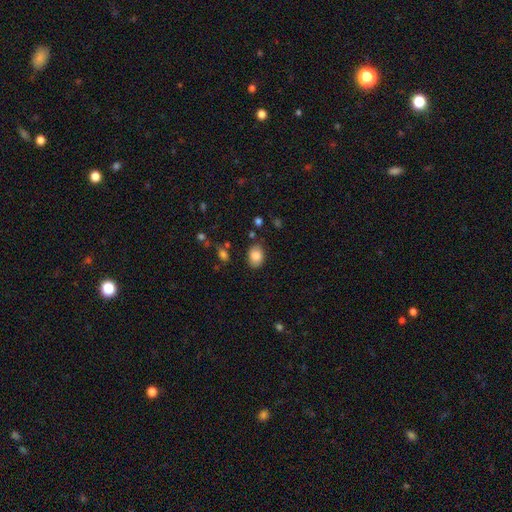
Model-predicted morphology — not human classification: Q: Smooth or featured?
A: smooth (84%); runner-up: star or artifact (8%)
Q: How rounded?
A: in between (68%); runner-up: round (31%)
Q: Merging?
A: none (81%); runner-up: minor disturbance (14%)